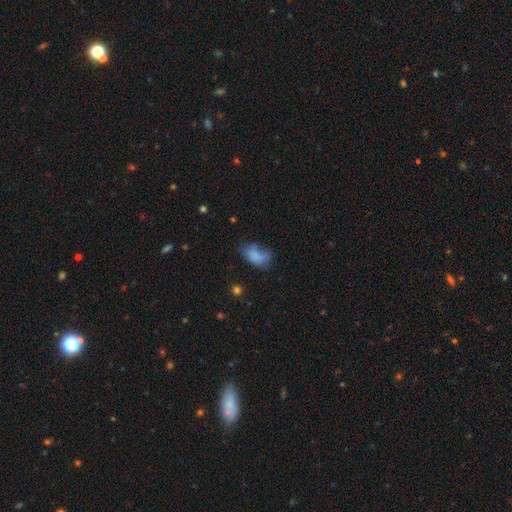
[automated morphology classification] Smooth or featured? Predicted: smooth (p=0.72). How rounded? Predicted: in between (p=0.89). Merging? Predicted: none (p=0.36).